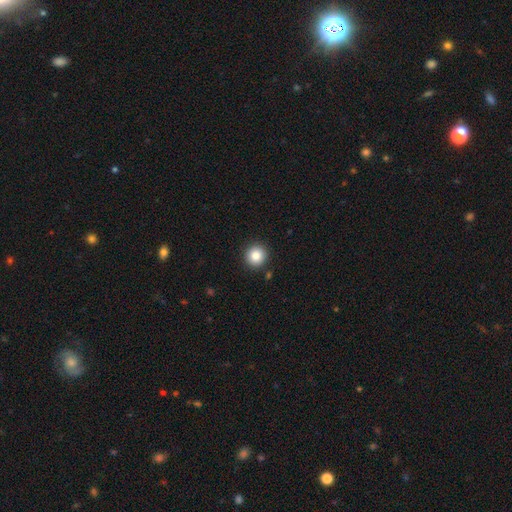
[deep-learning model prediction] Morphology: type=smooth (85%); roundness=round (93%); merging=none (91%).